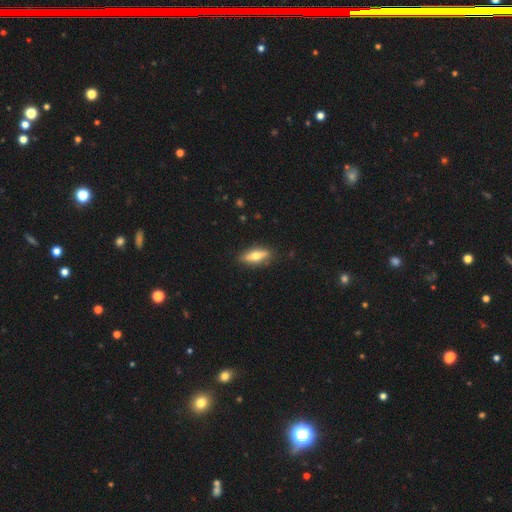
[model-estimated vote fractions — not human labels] A smooth galaxy with no disk features (47%, tied with featured or disk). Merging: none (86%).